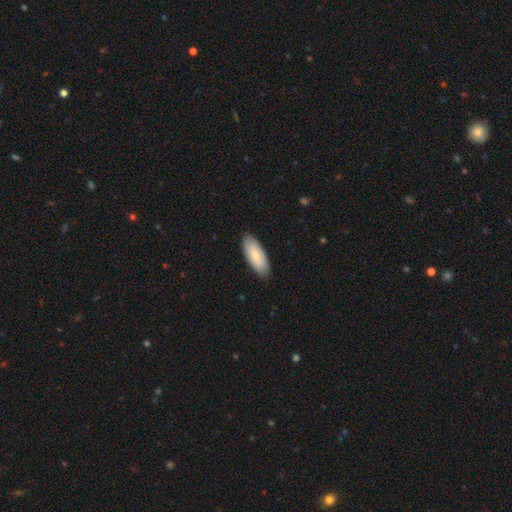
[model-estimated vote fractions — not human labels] smooth_or_featured: smooth (p=0.79) [alt: featured or disk p=0.16]
how_rounded: in between (p=0.80) [alt: cigar-shaped p=0.18]
merging: none (p=0.86) [alt: minor disturbance p=0.11]